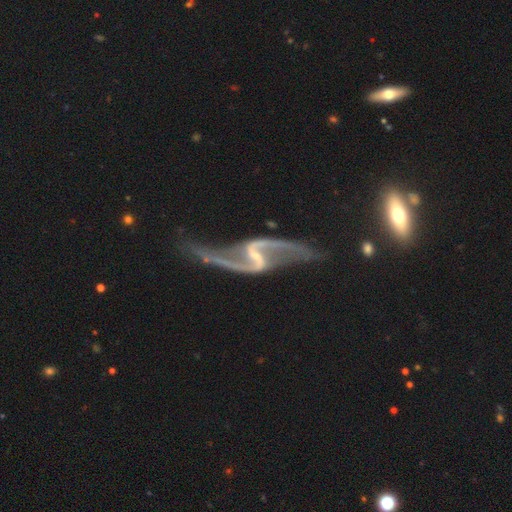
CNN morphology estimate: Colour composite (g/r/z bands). It shows a featured or disk galaxy (94%) with a weak bar (43%), 2 (94%) loose (86%) spiral arms (97%) and a small central bulge (68%). Merging: none (55%).